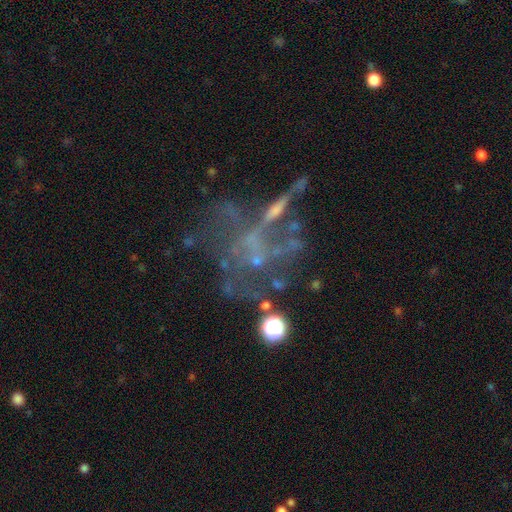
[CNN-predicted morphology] Smooth or featured? Predicted: featured or disk (p=0.57). Edge-on disk? Predicted: no (p=0.93). Bar? Predicted: no (p=0.86). Spiral arms? Predicted: no (p=0.82). Bulge size? Predicted: none (p=0.65). Merging? Predicted: major disturbance (p=0.35).